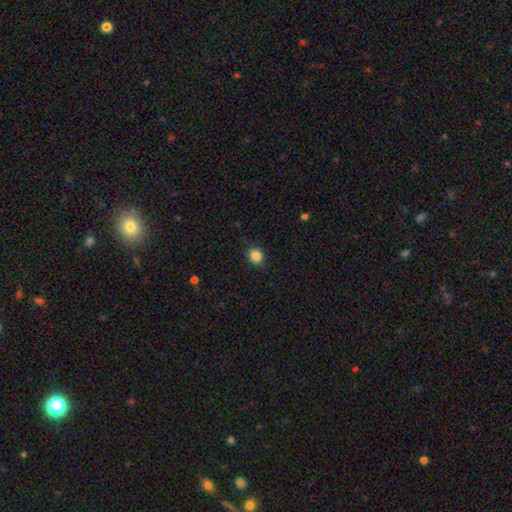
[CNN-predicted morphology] This is clearly a smooth galaxy (87%). How rounded: likely round (69%). Merging: clearly none (87%).